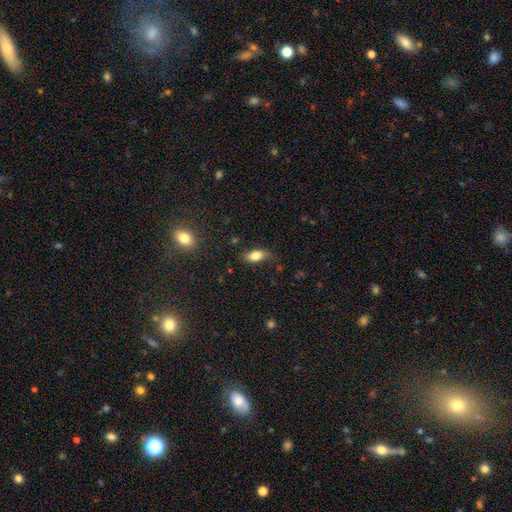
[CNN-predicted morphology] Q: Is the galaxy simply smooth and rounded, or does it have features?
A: smooth — 79%.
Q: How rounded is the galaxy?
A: in between — 85%.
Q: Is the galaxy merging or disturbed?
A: none — 76%.